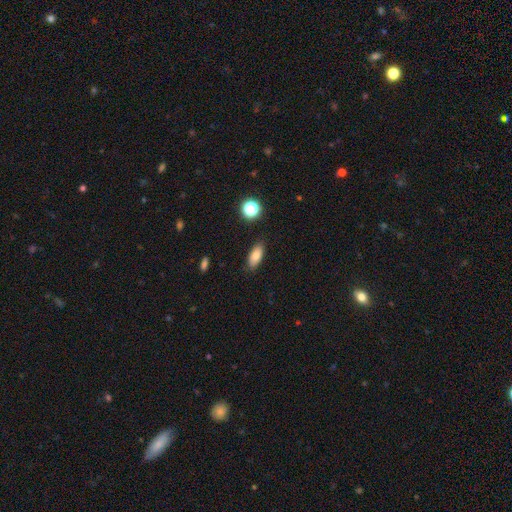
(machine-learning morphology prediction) A smooth galaxy with no disk features (80%) that is in between round and cigar-shaped (81%).

Vote fractions:
- Smooth or featured? smooth: 80% / featured or disk: 11% / star or artifact: 10%
- How rounded? in between: 81% / cigar-shaped: 14% / round: 4%
- Merging? none: 87% / minor disturbance: 10% / major disturbance: 2% / merger: 2%